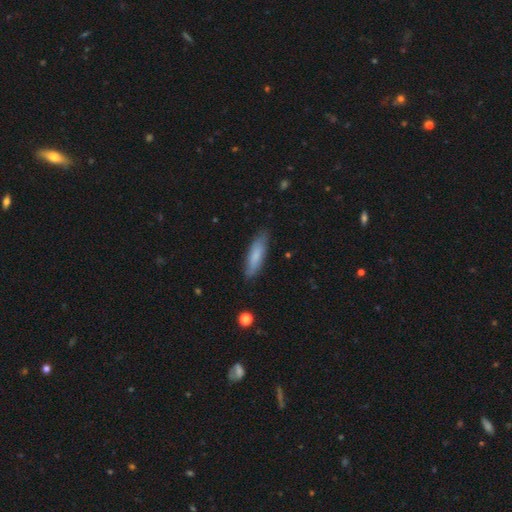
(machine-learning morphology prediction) A smooth galaxy with no disk features (77%) that is cigar-shaped (61%). Merging: none (82%).